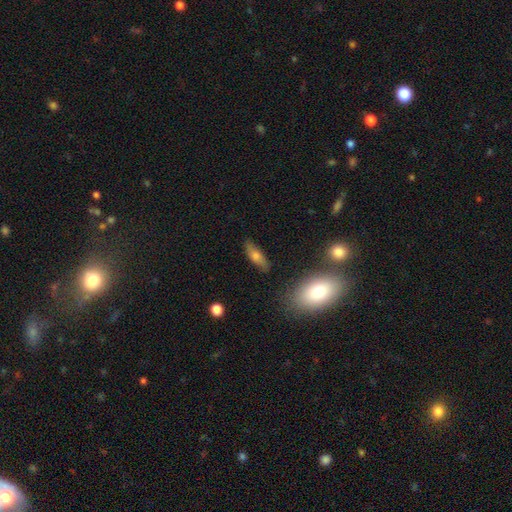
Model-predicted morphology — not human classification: Smooth or featured?
  - smooth: 61% *
  - featured or disk: 30%
  - star or artifact: 9%
How rounded?
  - in between: 53% *
  - cigar-shaped: 42%
  - round: 4%
Merging?
  - none: 82% *
  - minor disturbance: 13%
  - major disturbance: 3%
  - merger: 2%